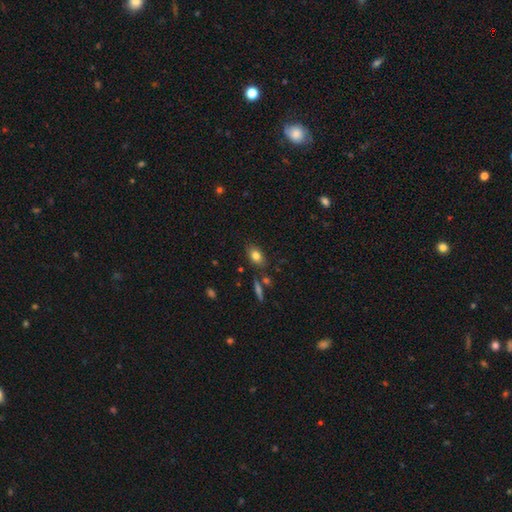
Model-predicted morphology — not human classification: This appears to be a smooth galaxy with no disk features (79%) that is in between round and cigar-shaped (83%). Merging: none (79%).